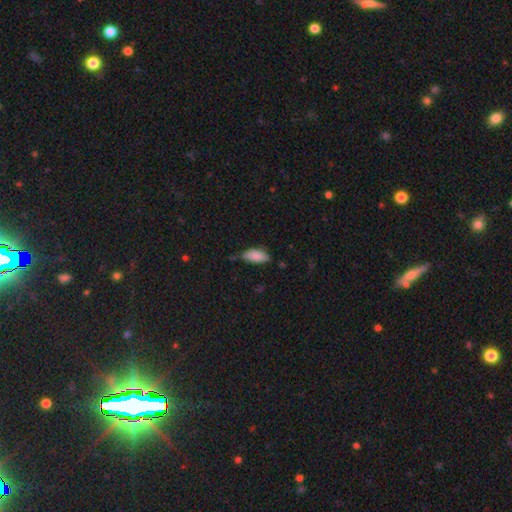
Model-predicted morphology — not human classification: Smooth or featured? Predicted: smooth (p=0.87). How rounded? Predicted: in between (p=0.88). Merging? Predicted: none (p=0.57).